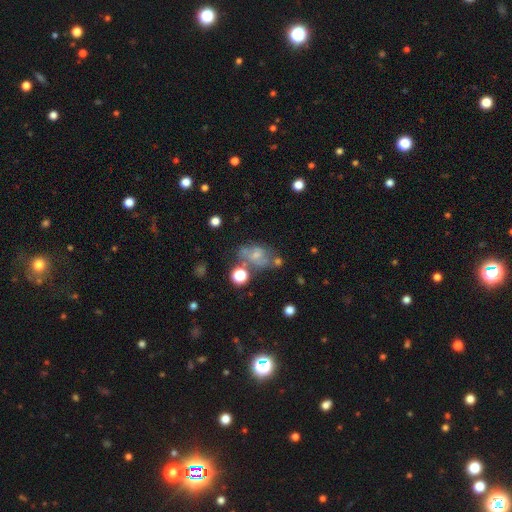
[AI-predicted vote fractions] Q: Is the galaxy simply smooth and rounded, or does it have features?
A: featured or disk — 43%.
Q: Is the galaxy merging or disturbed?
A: none — 41%.